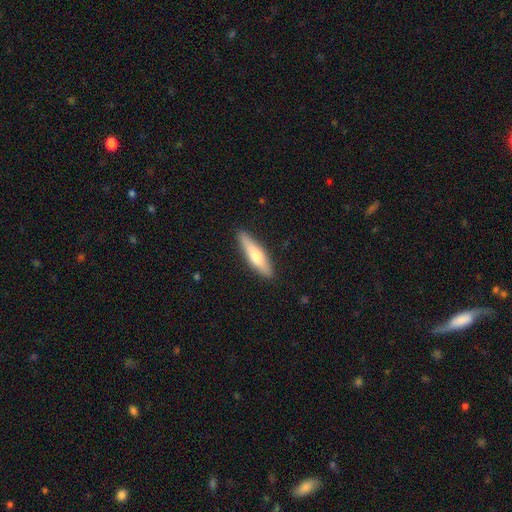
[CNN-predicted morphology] Overall: smooth (59%; featured or disk 35%). How rounded: cigar-shaped (76%). Merging: none (89%).